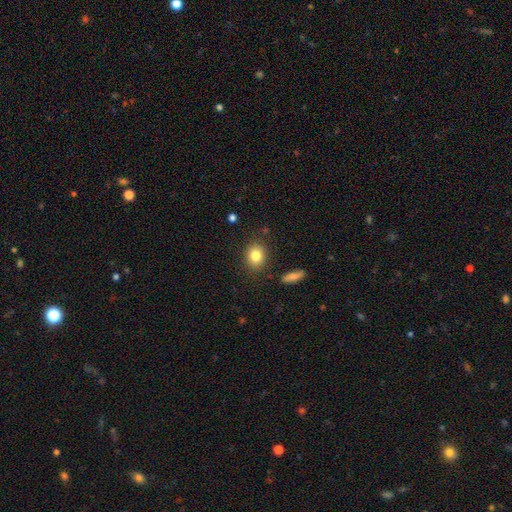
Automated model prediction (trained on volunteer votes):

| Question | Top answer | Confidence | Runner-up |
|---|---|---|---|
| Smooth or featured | smooth | 83% | star or artifact (9%) |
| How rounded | round | 52% | in between (47%) |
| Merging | none | 85% | minor disturbance (10%) |